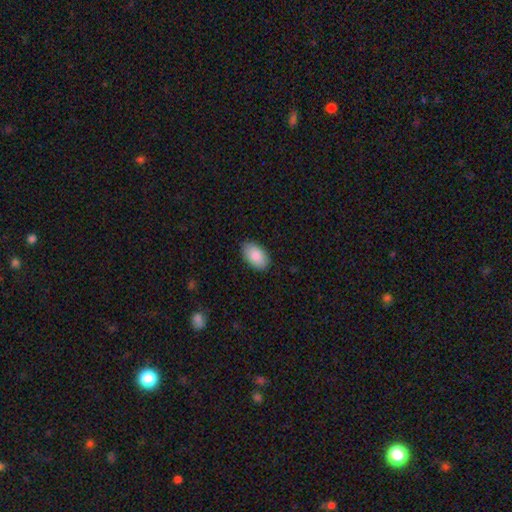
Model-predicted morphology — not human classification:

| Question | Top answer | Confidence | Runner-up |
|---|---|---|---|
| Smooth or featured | smooth | 88% | star or artifact (6%) |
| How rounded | in between | 95% | round (4%) |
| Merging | none | 86% | minor disturbance (11%) |